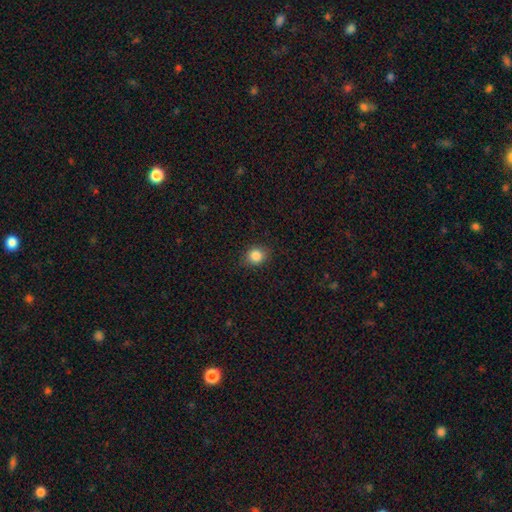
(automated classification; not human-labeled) Smooth or featured?
  - smooth: 85% *
  - star or artifact: 10%
  - featured or disk: 4%
How rounded?
  - round: 71% *
  - in between: 28%
  - cigar-shaped: 1%
Merging?
  - none: 86% *
  - minor disturbance: 10%
  - major disturbance: 3%
  - merger: 1%